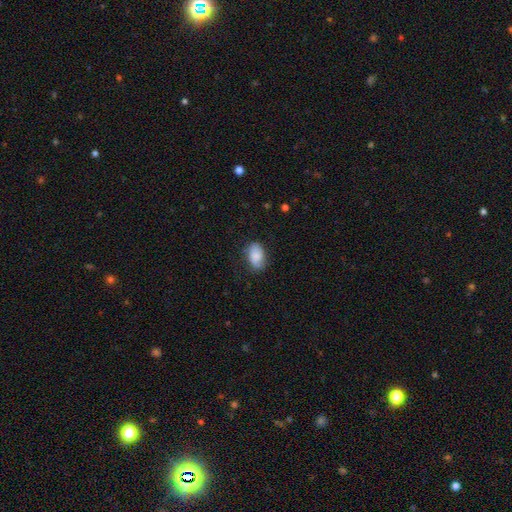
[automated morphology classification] Smooth or featured? smooth (79%)
How rounded? in between (89%)
Merging? none (72%)